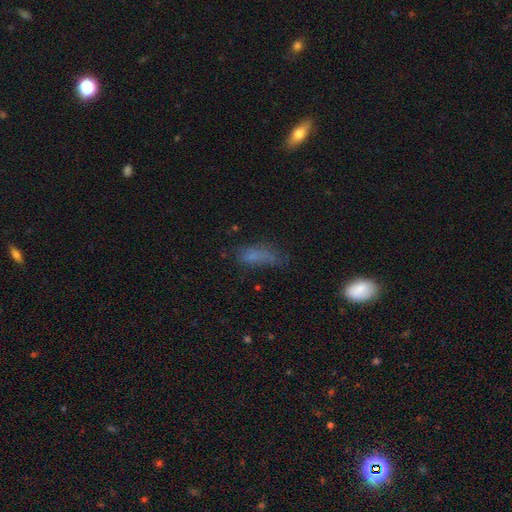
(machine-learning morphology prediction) Overall: smooth (67%). How rounded: in between (66%; cigar-shaped 29%). Merging: none (38%; minor disturbance 30%).